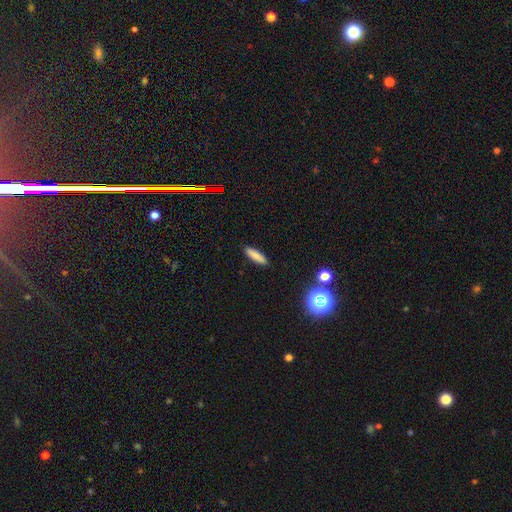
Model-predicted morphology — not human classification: This appears to be a smooth galaxy with no disk features (84%) that is cigar-shaped (68%). Merging: none (90%).